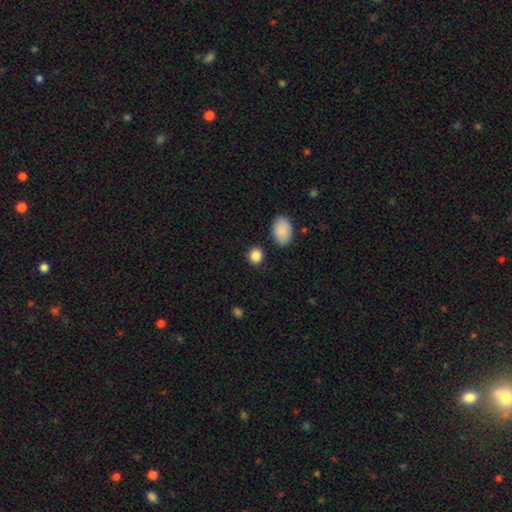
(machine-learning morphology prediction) smooth_or_featured: smooth (p=0.87) [alt: star or artifact p=0.09]
how_rounded: round (p=0.73) [alt: in between p=0.26]
merging: none (p=0.86) [alt: minor disturbance p=0.08]